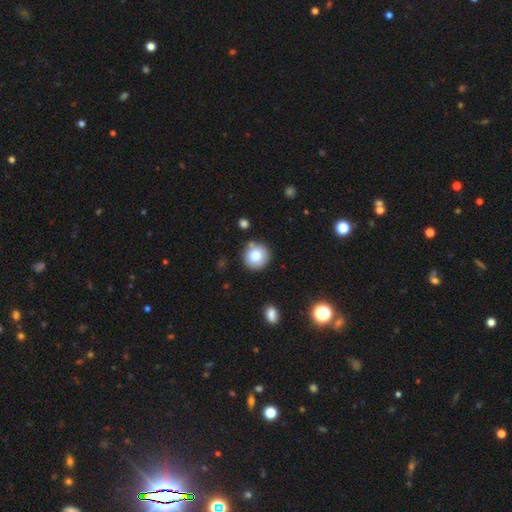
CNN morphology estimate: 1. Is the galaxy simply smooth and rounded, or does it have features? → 82% smooth, 9% star or artifact, 9% featured or disk.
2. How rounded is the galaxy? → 91% round, 8% in between, 1% cigar-shaped.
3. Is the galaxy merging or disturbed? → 79% none, 12% minor disturbance, 6% merger, 3% major disturbance.